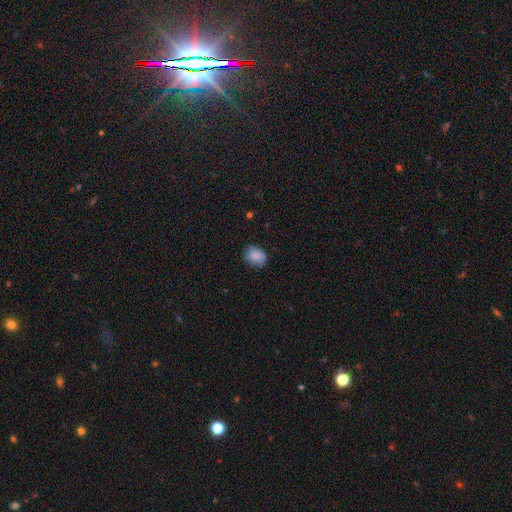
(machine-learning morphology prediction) Overall: smooth (83%). How rounded: in between (54%; round 45%). Merging: none (75%).